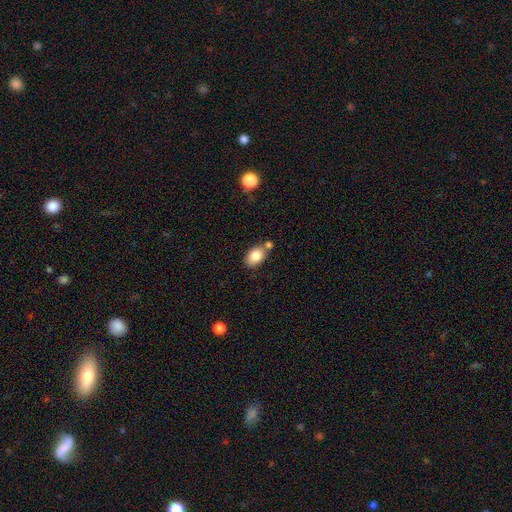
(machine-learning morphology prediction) Q: Smooth or featured?
A: smooth (82%); runner-up: featured or disk (10%)
Q: How rounded?
A: in between (87%); runner-up: round (12%)
Q: Merging?
A: none (64%); runner-up: merger (18%)